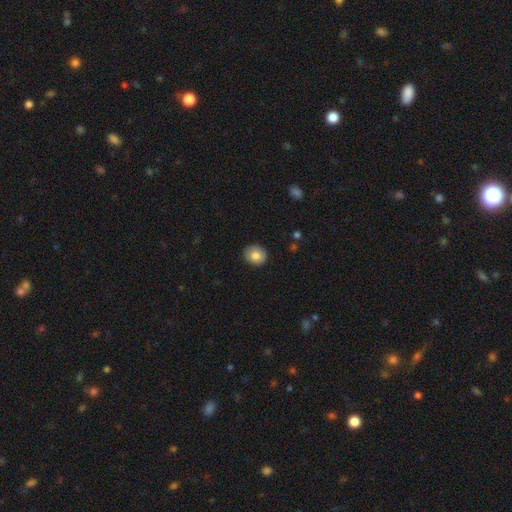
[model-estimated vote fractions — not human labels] Overall: smooth (79%). How rounded: round (76%). Merging: none (87%).